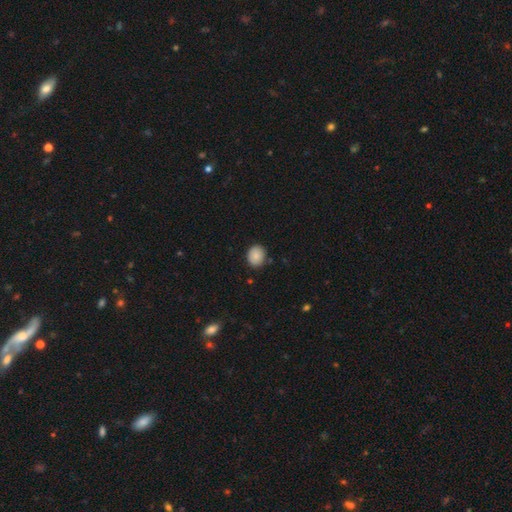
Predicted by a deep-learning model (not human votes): Smooth or featured: smooth — 86% (star or artifact — 8%)
How rounded: round — 64% (in between — 35%)
Merging: none — 86% (minor disturbance — 11%)